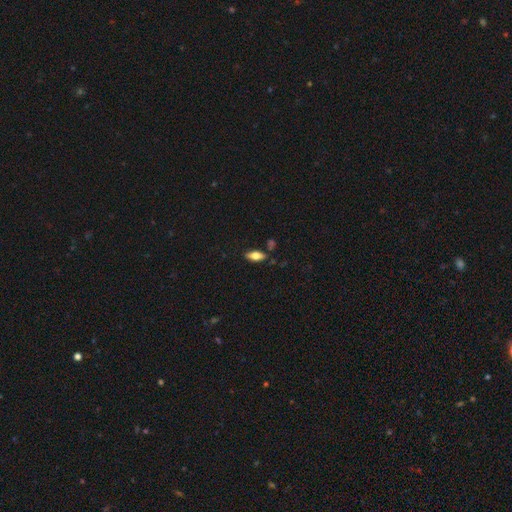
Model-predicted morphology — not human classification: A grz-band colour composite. It shows a smooth galaxy with no disk features (65%) that is in between round and cigar-shaped (79%). Merging: none (80%).